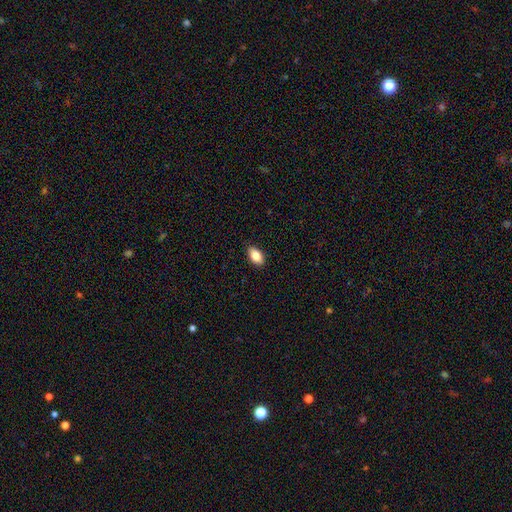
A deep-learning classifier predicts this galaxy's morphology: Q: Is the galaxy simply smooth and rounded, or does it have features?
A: smooth — 85%.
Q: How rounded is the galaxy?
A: in between — 92%.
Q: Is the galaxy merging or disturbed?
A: none — 89%.